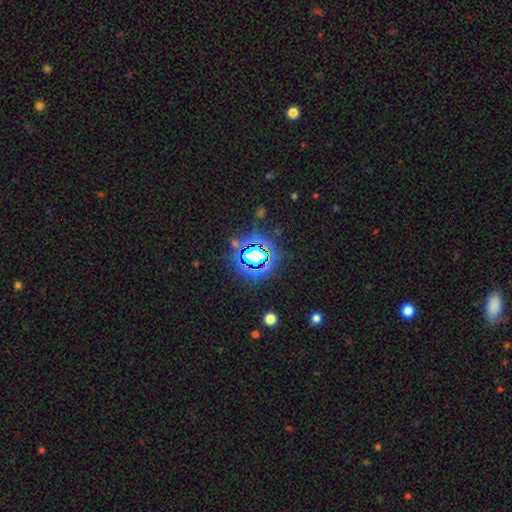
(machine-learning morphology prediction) Smooth or featured?
  - star or artifact: 74% *
  - smooth: 16%
  - featured or disk: 11%